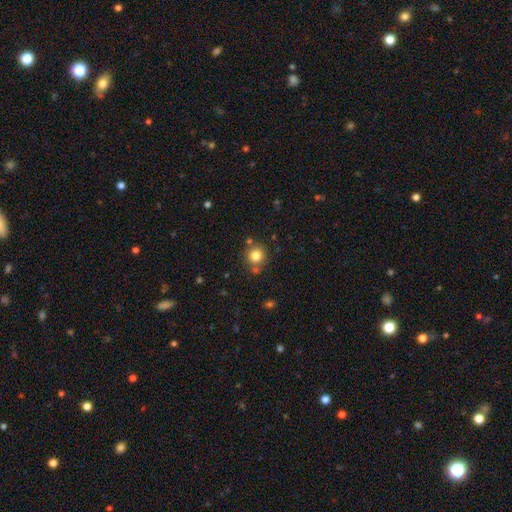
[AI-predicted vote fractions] Q: Smooth or featured?
A: smooth (81%); runner-up: star or artifact (12%)
Q: How rounded?
A: round (91%); runner-up: in between (8%)
Q: Merging?
A: none (78%); runner-up: merger (10%)